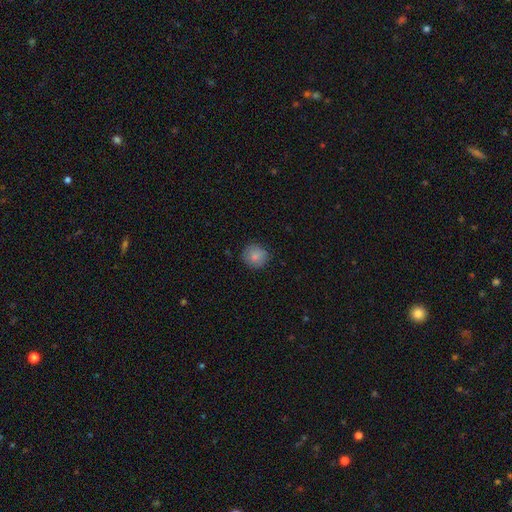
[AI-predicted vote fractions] A smooth galaxy with no disk features (84%) that is round (90%). Merging: none (84%).